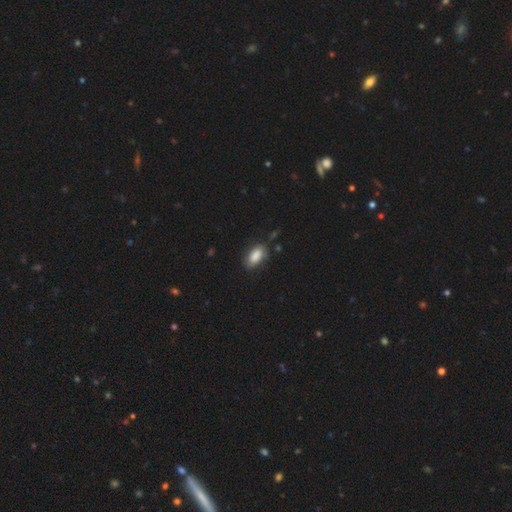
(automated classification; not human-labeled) smooth 85%, featured or disk 8%, star or artifact 7%. Down the decision tree: how rounded — in between (91%); merging — none (73%).